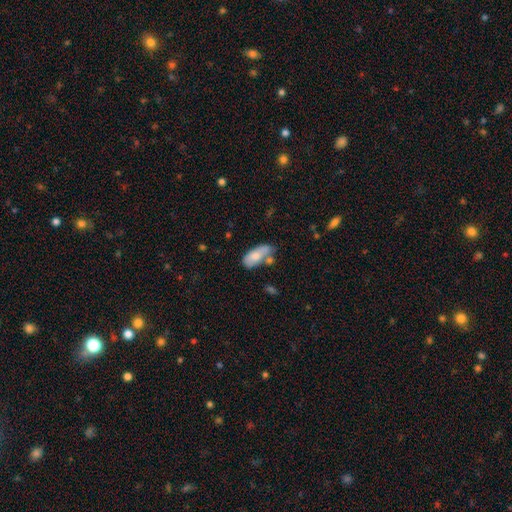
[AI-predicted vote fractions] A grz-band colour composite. It shows a smooth galaxy with no disk features (72%) that is in between round and cigar-shaped (86%). Merging: none (45%).